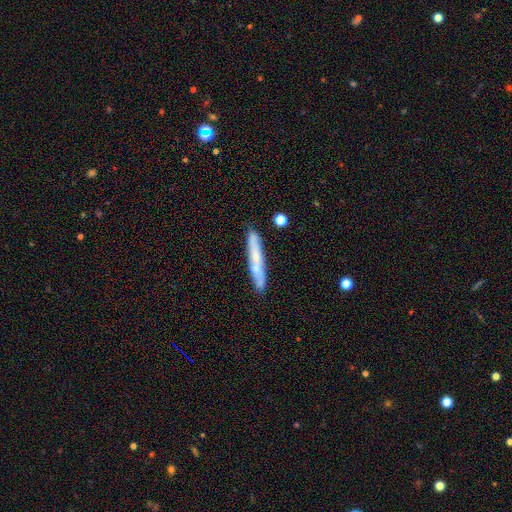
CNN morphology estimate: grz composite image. It shows a smooth galaxy with no disk features (48%). Merging: none (78%).